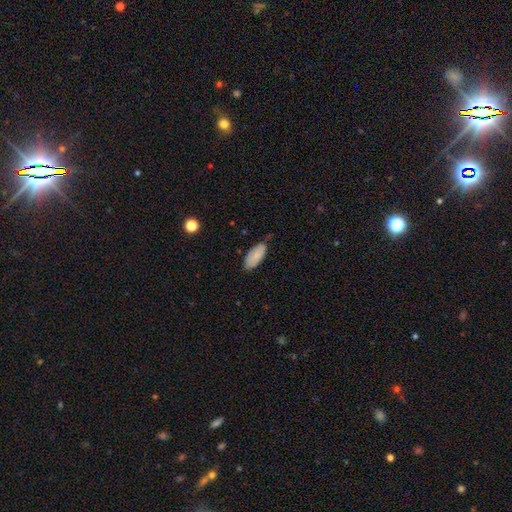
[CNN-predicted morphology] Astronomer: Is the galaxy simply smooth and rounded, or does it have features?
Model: smooth — 83%.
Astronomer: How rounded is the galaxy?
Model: in between — 90%.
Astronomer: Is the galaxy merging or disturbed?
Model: none — 78%.